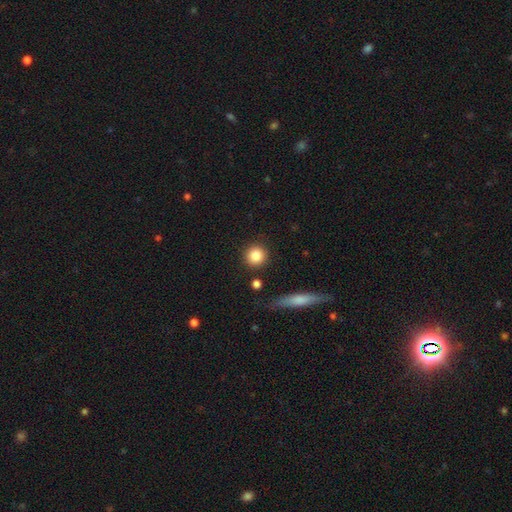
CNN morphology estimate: A smooth galaxy with no disk features (84%) that is round (92%).

Vote fractions:
- Smooth or featured? smooth: 84% / star or artifact: 9% / featured or disk: 7%
- How rounded? round: 92% / in between: 7% / cigar-shaped: 1%
- Merging? none: 87% / minor disturbance: 7% / merger: 3% / major disturbance: 2%